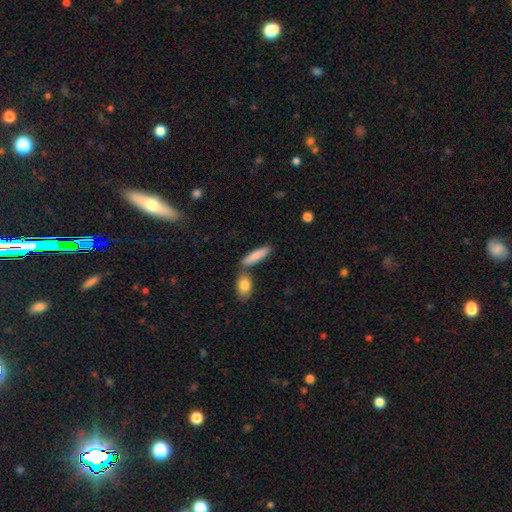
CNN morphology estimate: Q: Smooth or featured?
A: smooth (84%); runner-up: featured or disk (10%)
Q: How rounded?
A: cigar-shaped (62%); runner-up: in between (35%)
Q: Merging?
A: none (67%); runner-up: merger (20%)